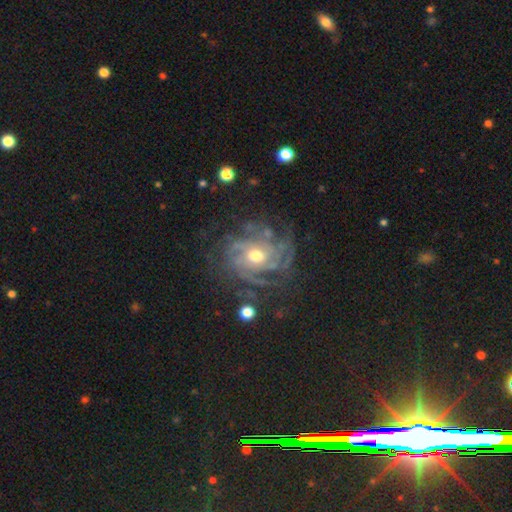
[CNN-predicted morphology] The model was most divided on "spiral arm count": can't tell: 30%, 3: 21%, 4: 18%, 2: 13%, more than 4: 11%, 1: 7%. More confident: edge-on disk — no (97%); spiral arms — yes (94%); smooth or featured — featured or disk (86%); bar — no (71%); bulge size — moderate (66%); merging — none (65%); spiral winding — tight (54%).